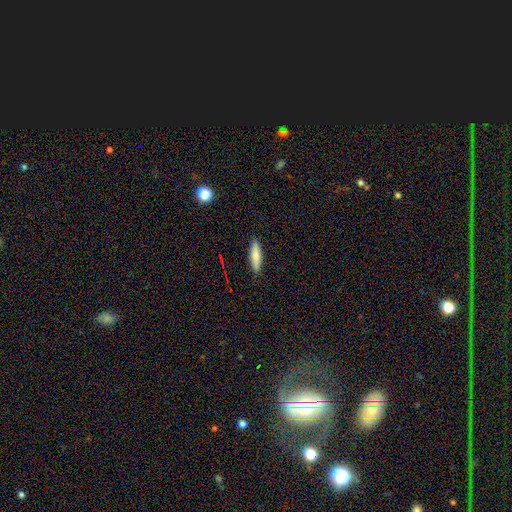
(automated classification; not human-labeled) This is clearly a smooth galaxy (81%). How rounded: likely cigar-shaped (71%). Merging: clearly none (86%).